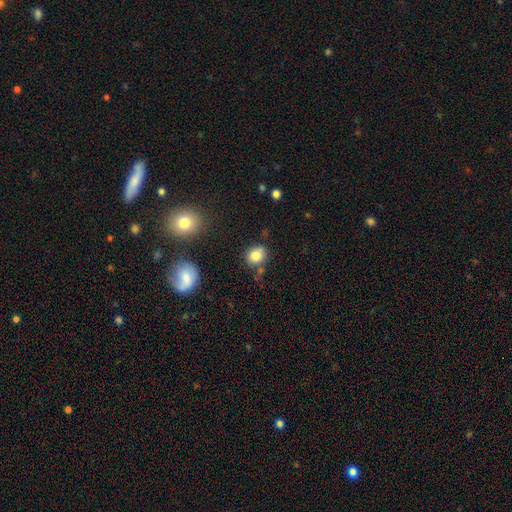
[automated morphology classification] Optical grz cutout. It shows a smooth galaxy with no disk features (82%) that is round (62%). Merging: none (70%).